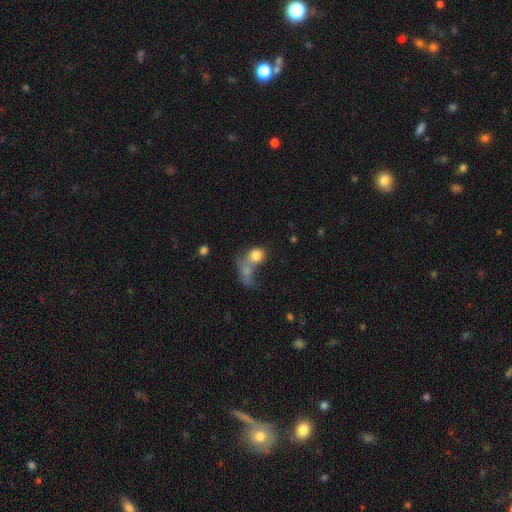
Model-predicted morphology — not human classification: smooth 77%, featured or disk 13%, star or artifact 10%. Down the decision tree: how rounded — round (57%); merging — merger (57%).